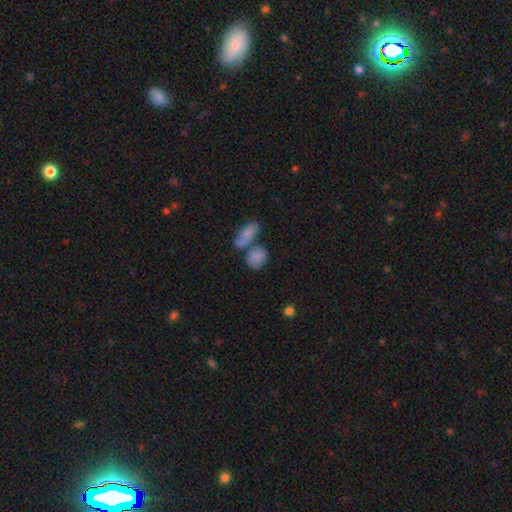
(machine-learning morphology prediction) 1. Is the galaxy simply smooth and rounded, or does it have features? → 76% smooth, 14% featured or disk, 10% star or artifact.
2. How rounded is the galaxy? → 57% in between, 40% round, 4% cigar-shaped.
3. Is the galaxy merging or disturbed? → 40% merger (tied), 40% none (tied), 14% minor disturbance, 6% major disturbance.